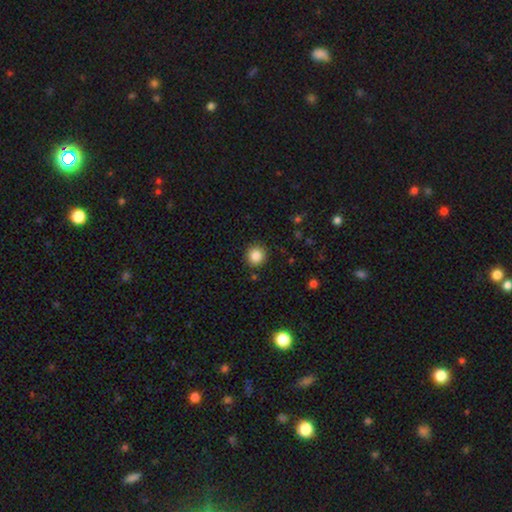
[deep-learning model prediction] smooth_or_featured: smooth (p=0.86) [alt: star or artifact p=0.10]
how_rounded: round (p=0.92) [alt: in between p=0.07]
merging: none (p=0.91) [alt: minor disturbance p=0.06]